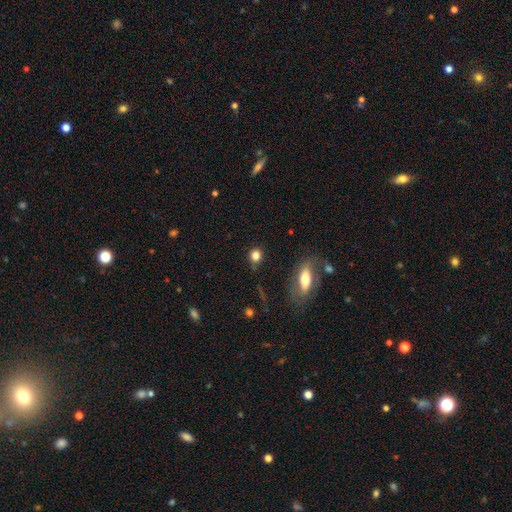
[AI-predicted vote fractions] Smooth or featured? Predicted: smooth (p=0.82). How rounded? Predicted: round (p=0.80). Merging? Predicted: none (p=0.77).